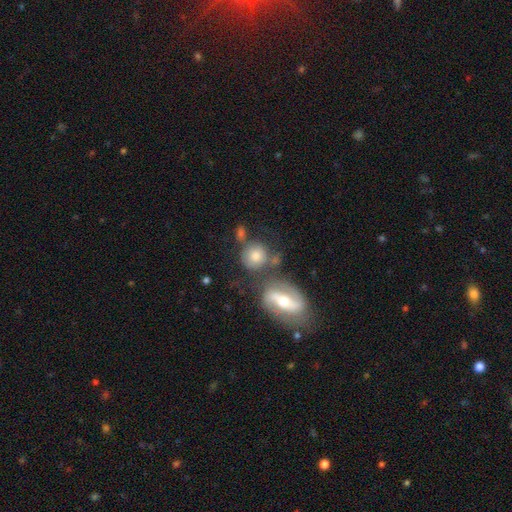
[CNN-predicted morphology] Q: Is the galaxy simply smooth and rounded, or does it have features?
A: smooth — 64%.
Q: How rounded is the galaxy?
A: round — 81%.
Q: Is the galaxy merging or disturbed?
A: none — 55%.